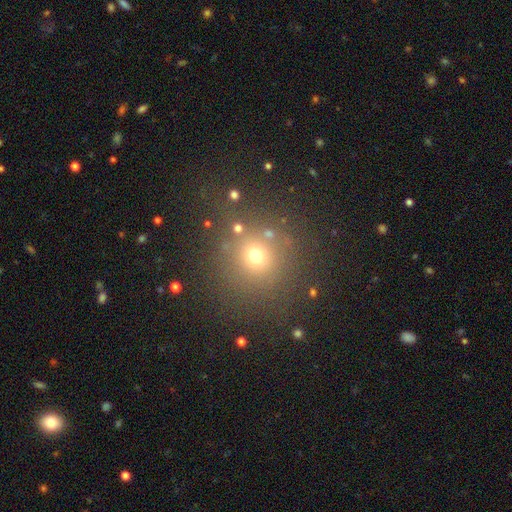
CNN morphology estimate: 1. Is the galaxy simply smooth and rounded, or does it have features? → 67% smooth, 24% star or artifact, 9% featured or disk.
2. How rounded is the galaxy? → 90% round, 9% in between, 1% cigar-shaped.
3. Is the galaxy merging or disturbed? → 80% none, 9% minor disturbance, 5% major disturbance, 5% merger.